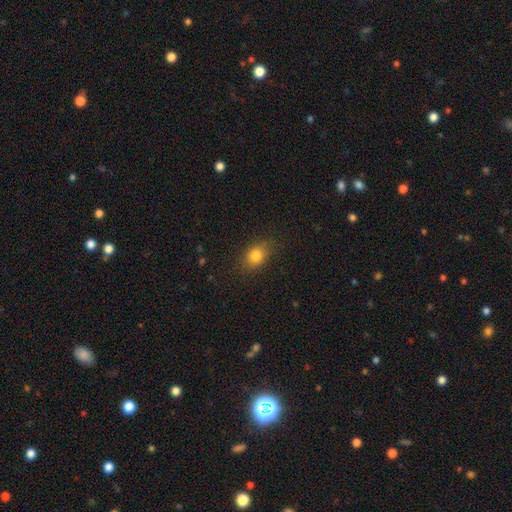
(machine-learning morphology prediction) Smooth or featured? smooth (81%)
How rounded? in between (64%)
Merging? none (82%)